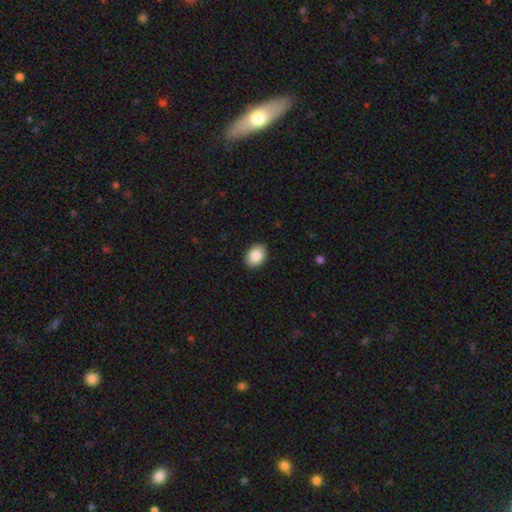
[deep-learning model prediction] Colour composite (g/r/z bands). It shows a smooth galaxy with no disk features (87%) that is in between round and cigar-shaped (72%). Merging: none (90%).